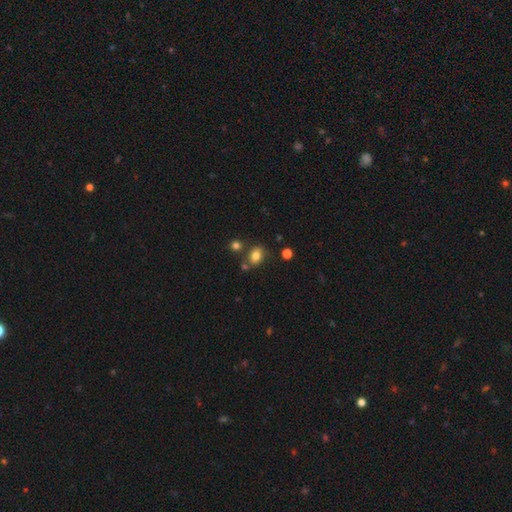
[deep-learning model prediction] Smooth or featured? Predicted: smooth (p=0.80). How rounded? Predicted: in between (p=0.66). Merging? Predicted: none (p=0.71).